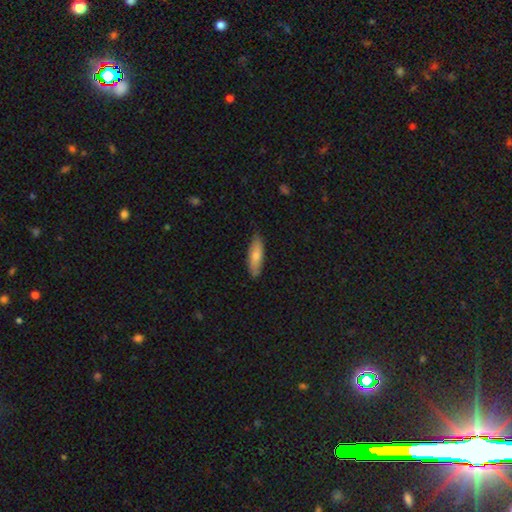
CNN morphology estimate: type=smooth (74%); roundness=in between (53%); merging=none (82%).